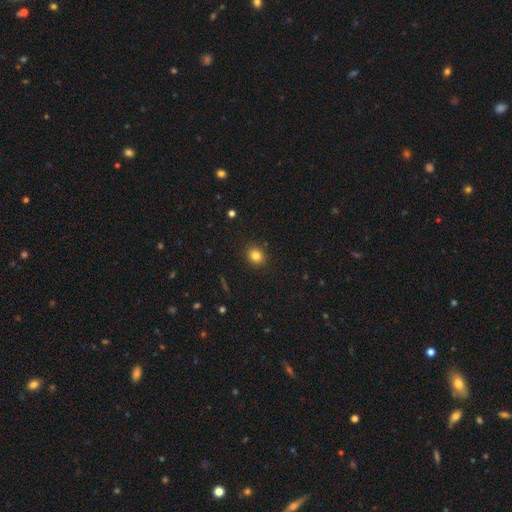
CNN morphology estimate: The model was most divided on "how rounded": round: 73%, in between: 26%, cigar-shaped: 1%. More confident: merging — none (90%); smooth or featured — smooth (82%).